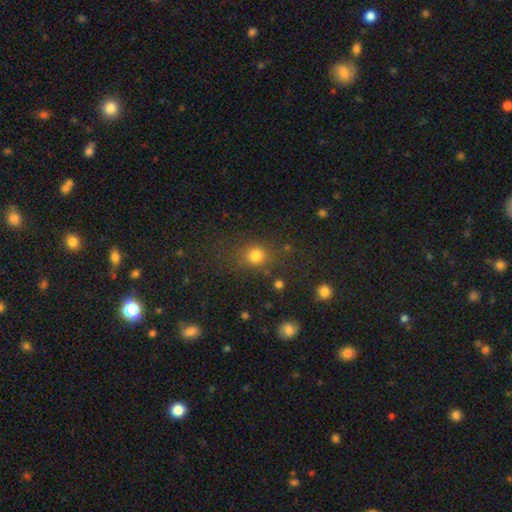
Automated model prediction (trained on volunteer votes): Morphology: type=smooth (78%); roundness=round (76%); merging=none (73%).